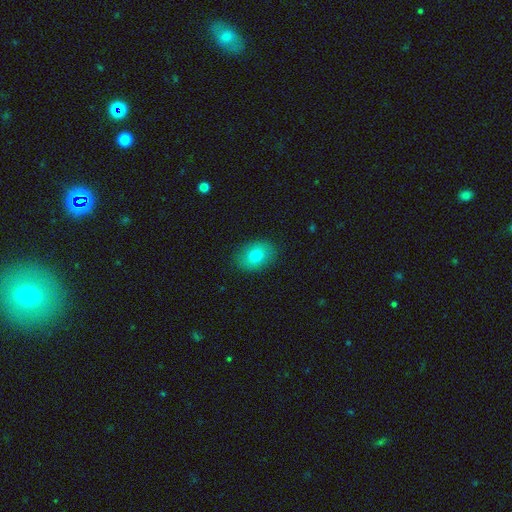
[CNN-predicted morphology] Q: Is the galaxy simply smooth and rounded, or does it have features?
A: smooth — 77%.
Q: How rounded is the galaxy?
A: in between — 69%.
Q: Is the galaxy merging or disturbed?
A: none — 87%.